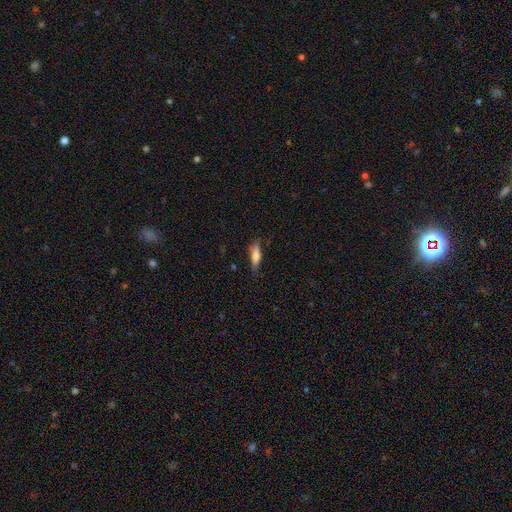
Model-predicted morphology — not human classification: smooth_or_featured: smooth (p=0.67) [alt: featured or disk p=0.27]
how_rounded: cigar-shaped (p=0.68) [alt: in between p=0.30]
merging: none (p=0.75) [alt: minor disturbance p=0.20]